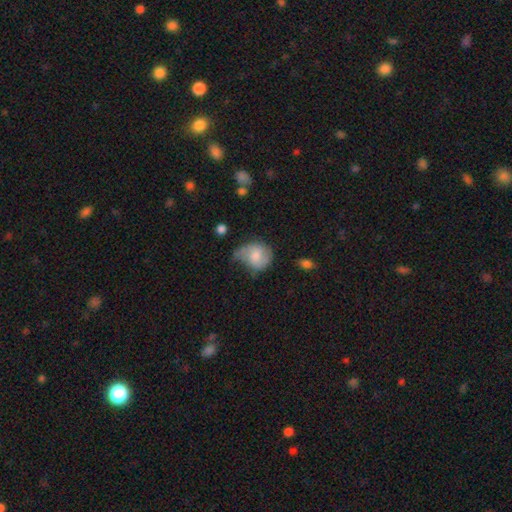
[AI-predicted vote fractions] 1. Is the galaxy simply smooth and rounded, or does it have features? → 62% smooth, 31% featured or disk, 7% star or artifact.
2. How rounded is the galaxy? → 61% round, 38% in between, 1% cigar-shaped.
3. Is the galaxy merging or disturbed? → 42% minor disturbance, 34% none, 21% major disturbance, 3% merger.